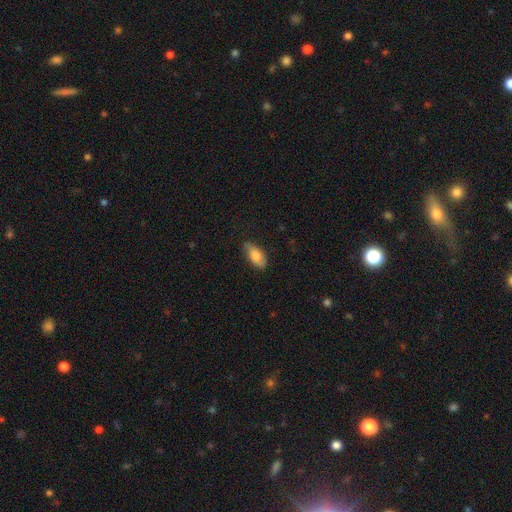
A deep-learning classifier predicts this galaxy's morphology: Smooth or featured? smooth (78%)
How rounded? in between (89%)
Merging? none (78%)